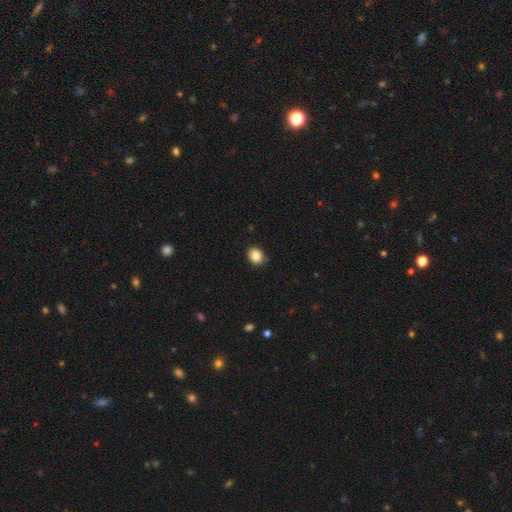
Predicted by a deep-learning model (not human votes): The model was most divided on "how rounded": round: 61%, in between: 38%, cigar-shaped: 1%. More confident: merging — none (87%); smooth or featured — smooth (86%).